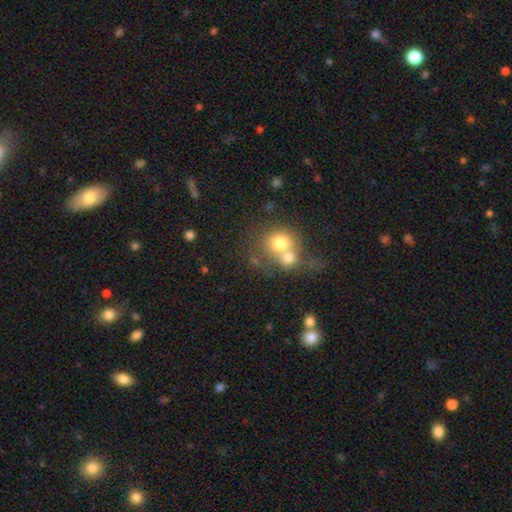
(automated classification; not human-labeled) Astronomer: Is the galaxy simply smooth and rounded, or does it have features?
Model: smooth — 62%.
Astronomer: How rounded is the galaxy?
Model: round — 79%.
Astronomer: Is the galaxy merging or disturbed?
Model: merger — 53% (runner-up: none, 35%).